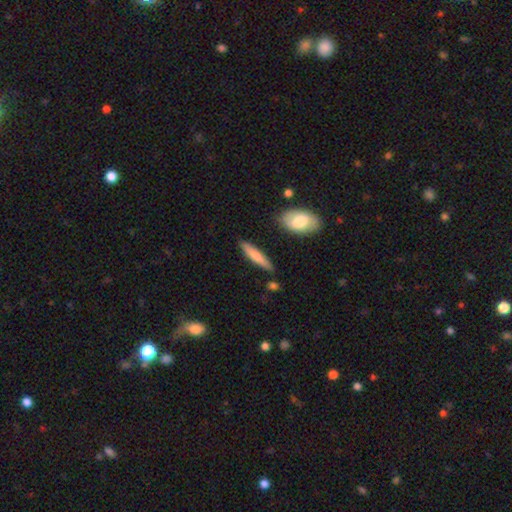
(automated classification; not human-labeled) This is likely a smooth galaxy (69%). How rounded: clearly cigar-shaped (83%). Merging: clearly none (84%).